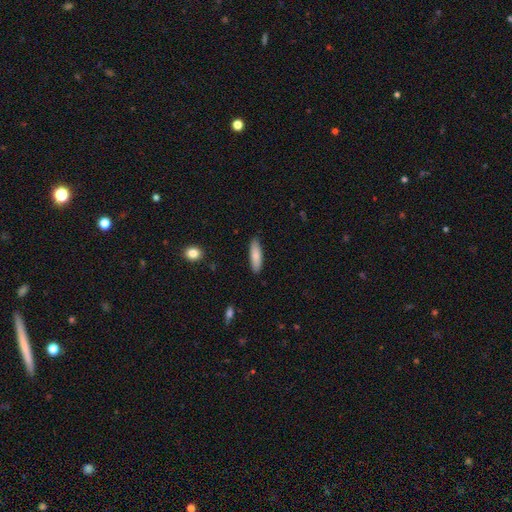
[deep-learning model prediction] Q: Smooth or featured?
A: smooth (82%); runner-up: featured or disk (12%)
Q: How rounded?
A: cigar-shaped (57%); runner-up: in between (42%)
Q: Merging?
A: none (88%); runner-up: minor disturbance (9%)